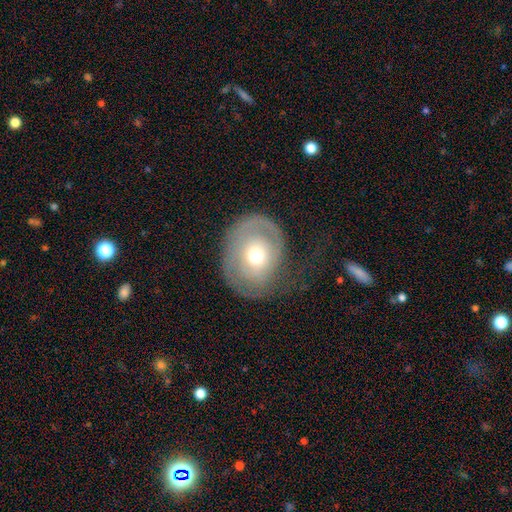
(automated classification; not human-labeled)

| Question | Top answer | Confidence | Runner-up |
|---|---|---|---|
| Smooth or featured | featured or disk | 54% | smooth (38%) |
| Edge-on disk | no | 95% | yes (5%) |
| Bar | no | 82% | weak (15%) |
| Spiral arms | yes | 58% | no (42%) |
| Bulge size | moderate | 64% | small (26%) |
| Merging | none | 49% | major disturbance (25%) |